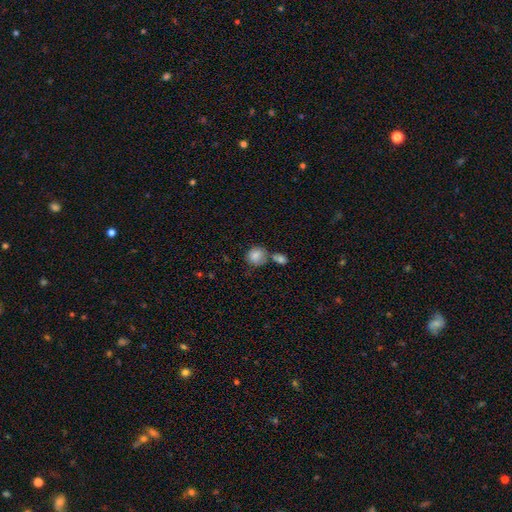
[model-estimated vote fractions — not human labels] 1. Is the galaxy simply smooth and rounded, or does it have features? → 85% smooth, 8% star or artifact, 7% featured or disk.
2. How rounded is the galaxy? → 82% round, 17% in between, 1% cigar-shaped.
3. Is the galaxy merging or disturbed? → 55% none, 25% merger, 14% minor disturbance, 5% major disturbance.